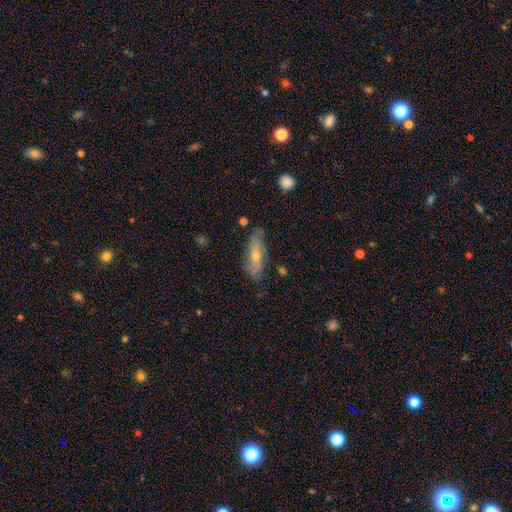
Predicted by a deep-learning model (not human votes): Smooth or featured?
  - smooth: 49% *
  - featured or disk: 44%
  - star or artifact: 8%
Merging?
  - none: 76% *
  - minor disturbance: 18%
  - major disturbance: 4%
  - merger: 2%